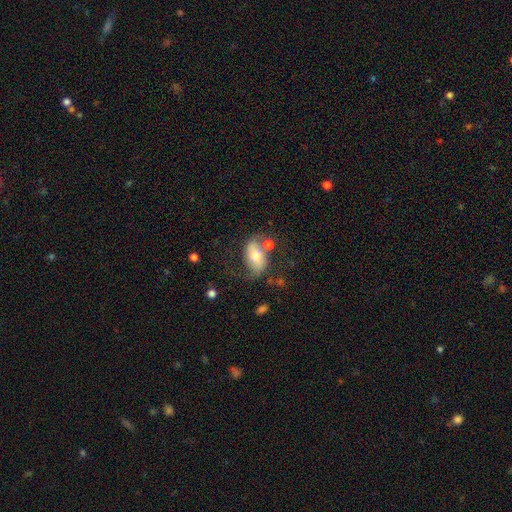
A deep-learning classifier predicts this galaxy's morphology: smooth-or-featured: smooth: 47% | featured or disk: 45% | star or artifact: 8%
  merging: none: 49% | minor disturbance: 21% | merger: 15% | major disturbance: 15%